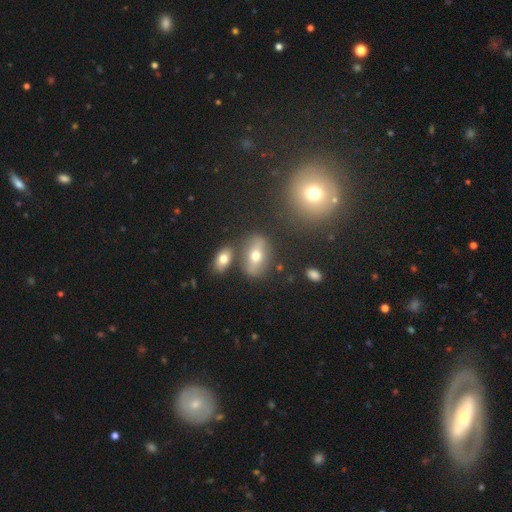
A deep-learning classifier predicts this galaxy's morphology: This is marginally a smooth galaxy (36%). Merging: likely none (72%).